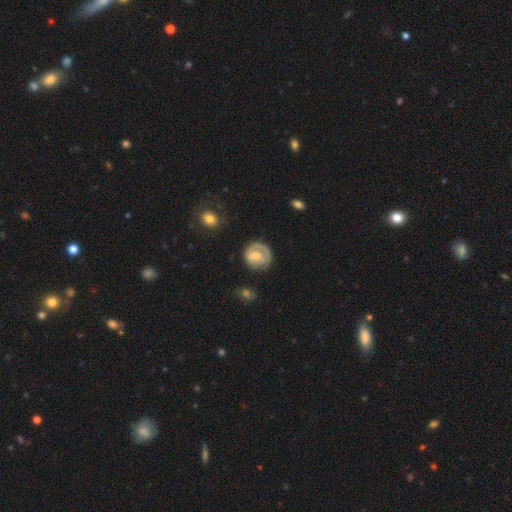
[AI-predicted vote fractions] Smooth or featured? Predicted: featured or disk (p=0.54). Edge-on disk? Predicted: no (p=0.97). Bar? Predicted: no (p=0.50). Spiral arms? Predicted: yes (p=0.68). Bulge size? Predicted: moderate (p=0.48). Merging? Predicted: none (p=0.65).